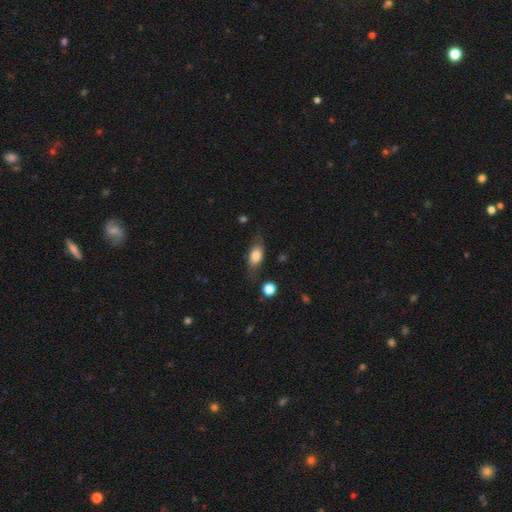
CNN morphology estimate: smooth_or_featured: smooth (p=0.74) [alt: featured or disk p=0.19]
how_rounded: in between (p=0.81) [alt: cigar-shaped p=0.11]
merging: none (p=0.69) [alt: minor disturbance p=0.21]